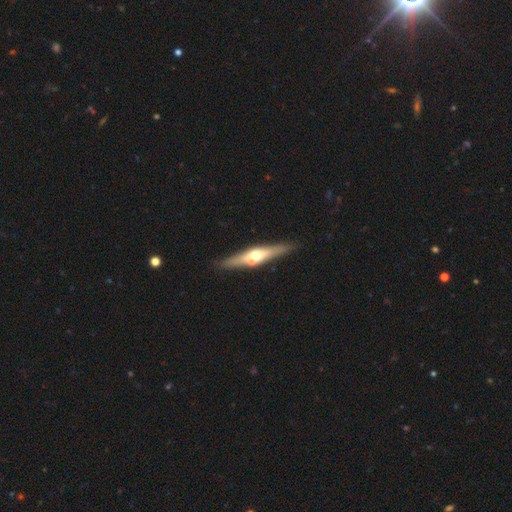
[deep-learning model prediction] featured or disk 63%, smooth 31%, star or artifact 6%. Down the decision tree: edge-on disk — yes (93%); edge-on bulge — rounded (92%); merging — none (80%).